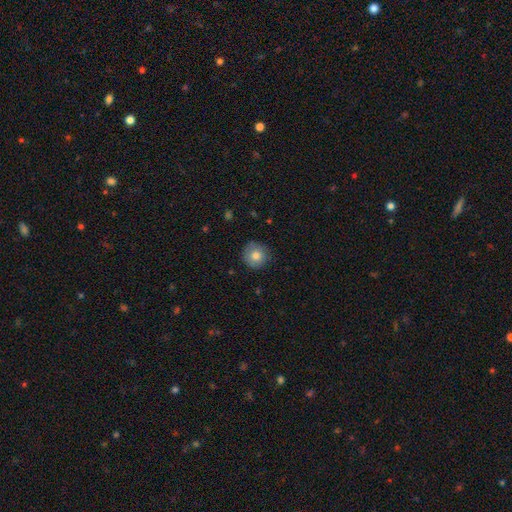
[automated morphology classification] Smooth or featured? smooth (81%)
How rounded? round (95%)
Merging? none (86%)